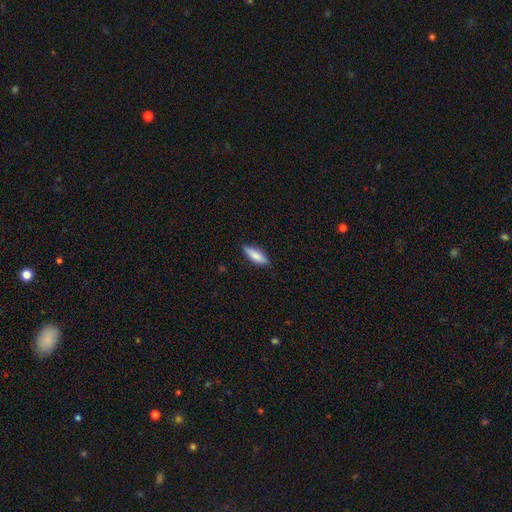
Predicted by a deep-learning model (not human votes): Q: Smooth or featured?
A: smooth (76%); runner-up: featured or disk (18%)
Q: How rounded?
A: in between (51%); runner-up: cigar-shaped (47%)
Q: Merging?
A: none (85%); runner-up: minor disturbance (12%)